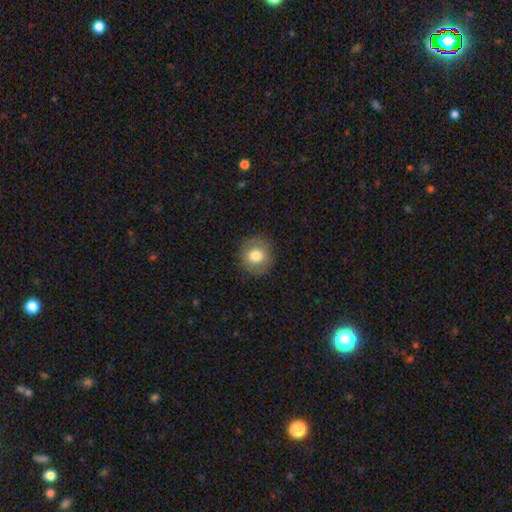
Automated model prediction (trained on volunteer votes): Smooth or featured? smooth (77%)
How rounded? round (89%)
Merging? none (89%)